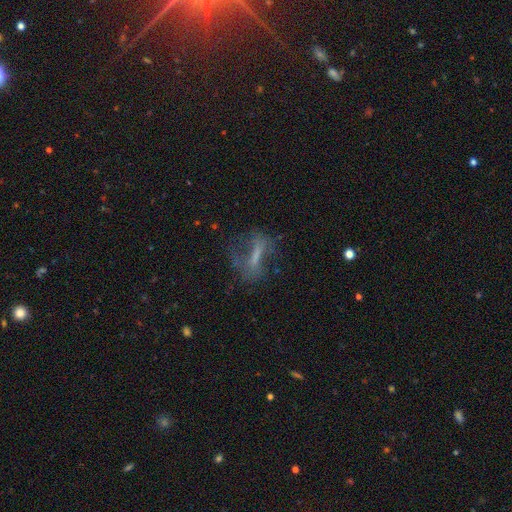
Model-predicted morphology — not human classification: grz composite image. It shows a featured or disk galaxy (47%). Merging: none (49%).